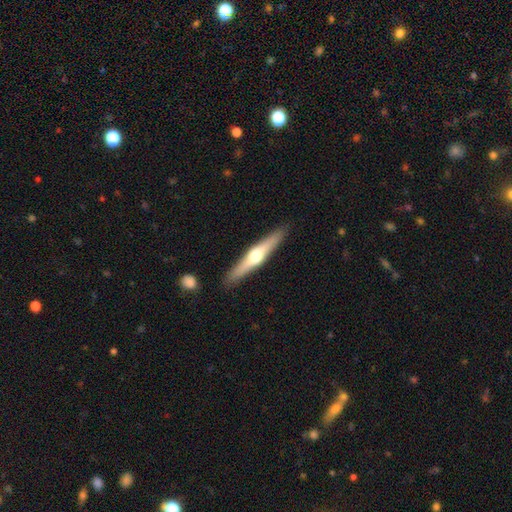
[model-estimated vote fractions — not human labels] This is likely a featured or disk galaxy (64%). It is clearly viewed edge-on (97%). Edge-on bulge: clearly rounded (93%). Merging: clearly none (90%).